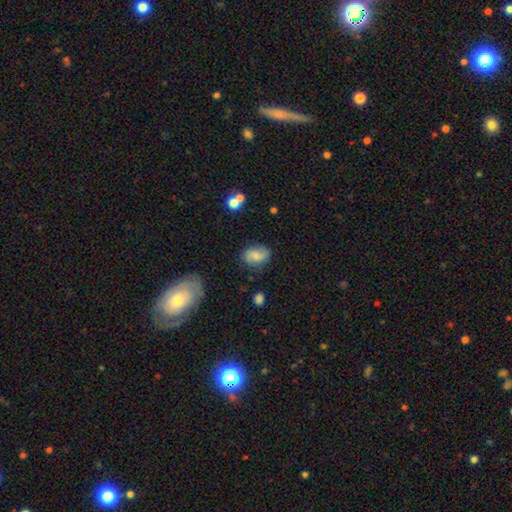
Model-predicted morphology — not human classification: smooth 57%, featured or disk 34%, star or artifact 10%. Down the decision tree: how rounded — in between (81%); merging — none (71%).